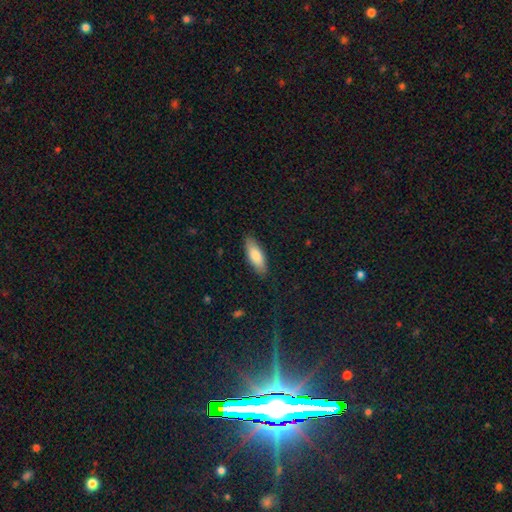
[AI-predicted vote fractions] The model was most divided on "how rounded": in between: 67%, cigar-shaped: 32%, round: 2%. More confident: merging — none (87%); smooth or featured — smooth (82%).